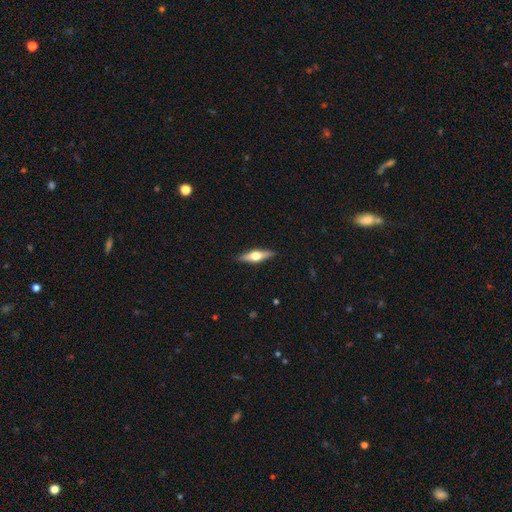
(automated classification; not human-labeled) This is possibly a featured or disk galaxy (59%). It is clearly viewed edge-on (95%). Edge-on bulge: clearly rounded (95%). Merging: clearly none (90%).